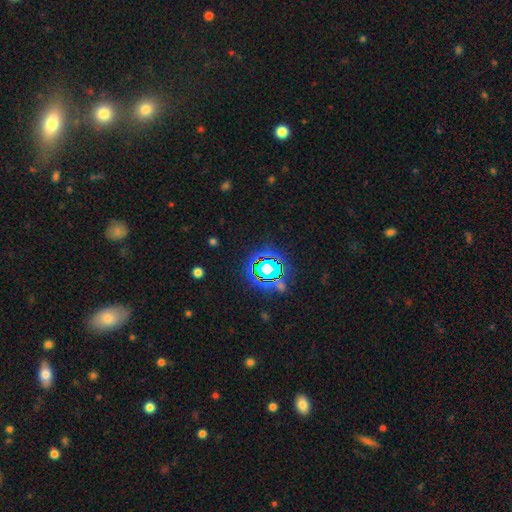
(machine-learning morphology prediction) type=star or artifact (74%).